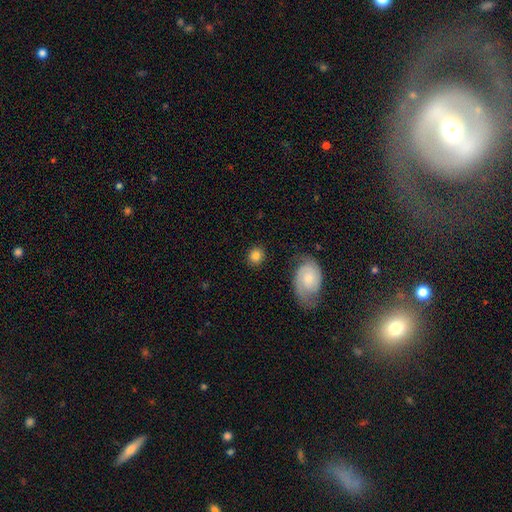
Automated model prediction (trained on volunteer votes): smooth-or-featured: smooth: 81% | featured or disk: 11% | star or artifact: 8%
  how-rounded: round: 81% | in between: 18% | cigar-shaped: 1%
  merging: none: 83% | minor disturbance: 10% | merger: 3% | major disturbance: 3%